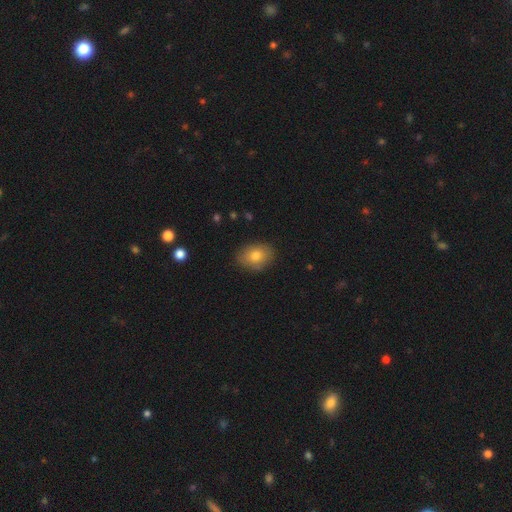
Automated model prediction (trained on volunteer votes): Smooth or featured? Predicted: smooth (p=0.78). How rounded? Predicted: in between (p=0.70). Merging? Predicted: none (p=0.84).